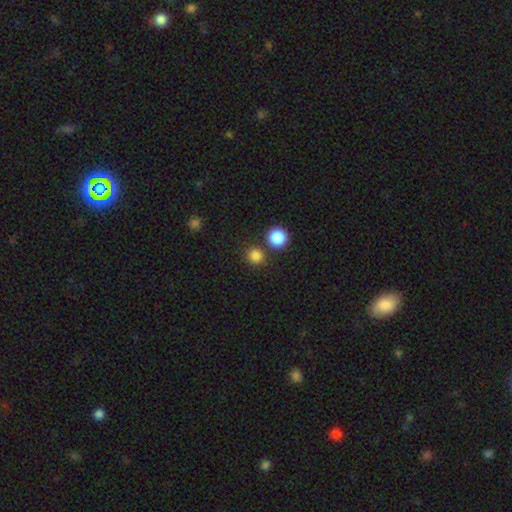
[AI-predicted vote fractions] Smooth or featured? Predicted: smooth (p=0.83). How rounded? Predicted: round (p=0.90). Merging? Predicted: none (p=0.77).